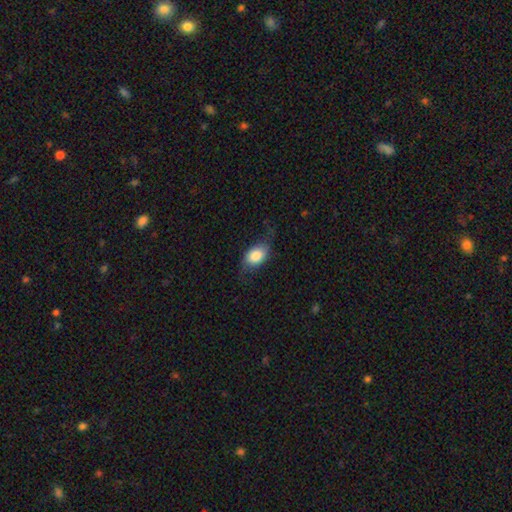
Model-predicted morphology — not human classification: smooth 73%, featured or disk 19%, star or artifact 7%. Down the decision tree: how rounded — in between (83%); merging — none (62%).